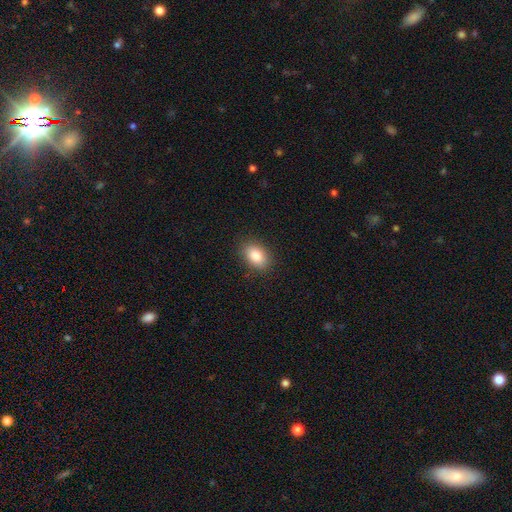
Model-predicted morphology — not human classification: smooth-or-featured: smooth: 86% | star or artifact: 8% | featured or disk: 6%
  how-rounded: in between: 85% | round: 13% | cigar-shaped: 1%
  merging: none: 87% | minor disturbance: 9% | major disturbance: 2% | merger: 1%